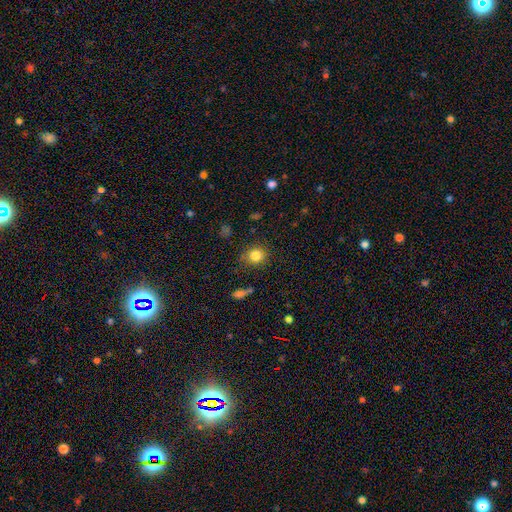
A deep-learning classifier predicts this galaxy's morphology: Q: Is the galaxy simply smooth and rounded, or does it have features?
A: smooth — 83%.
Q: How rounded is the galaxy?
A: round — 81%.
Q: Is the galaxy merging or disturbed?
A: none — 81%.